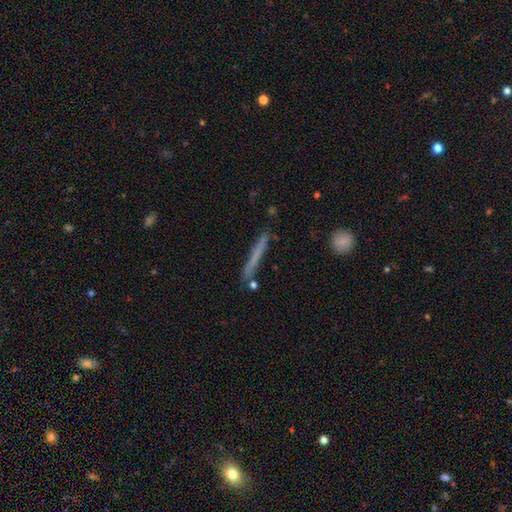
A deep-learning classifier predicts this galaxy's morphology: Overall: smooth (56%; featured or disk 37%). How rounded: cigar-shaped (96%). Merging: none (85%).